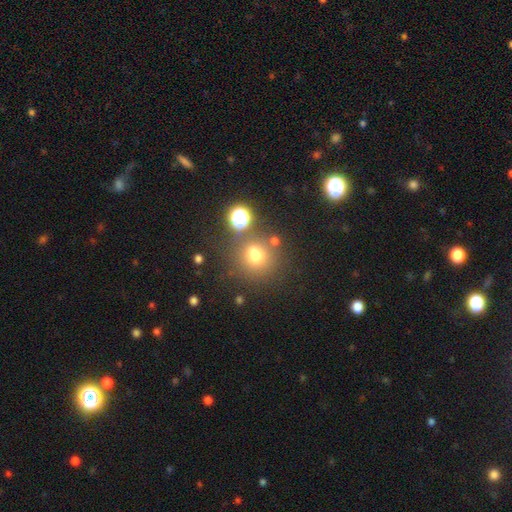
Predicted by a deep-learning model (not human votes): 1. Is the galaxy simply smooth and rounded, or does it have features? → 69% smooth, 20% star or artifact, 10% featured or disk.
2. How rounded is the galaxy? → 79% round, 20% in between, 1% cigar-shaped.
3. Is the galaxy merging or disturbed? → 66% none, 16% merger, 12% minor disturbance, 6% major disturbance.